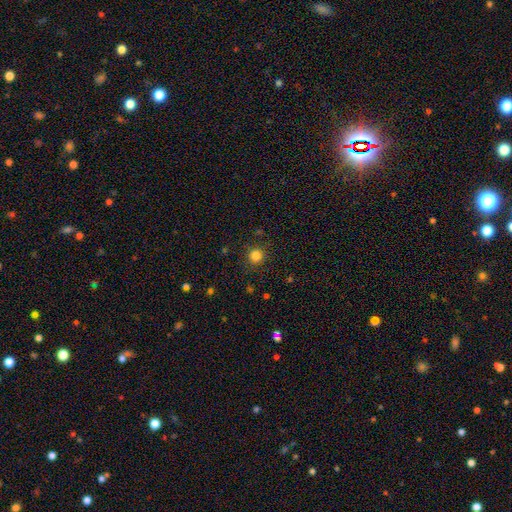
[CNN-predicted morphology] This is clearly a smooth galaxy (82%). How rounded: clearly round (94%). Merging: clearly none (90%).